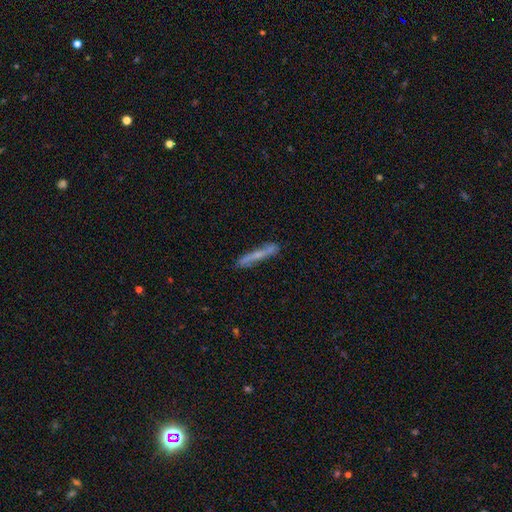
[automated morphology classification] Q: Smooth or featured?
A: smooth (49%); runner-up: featured or disk (44%)
Q: Merging?
A: none (73%); runner-up: minor disturbance (18%)